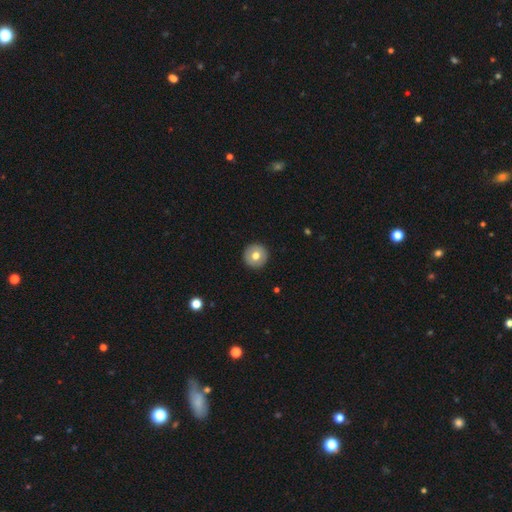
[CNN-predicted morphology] smooth 72%, featured or disk 20%, star or artifact 8%. Down the decision tree: how rounded — round (96%); merging — none (93%).